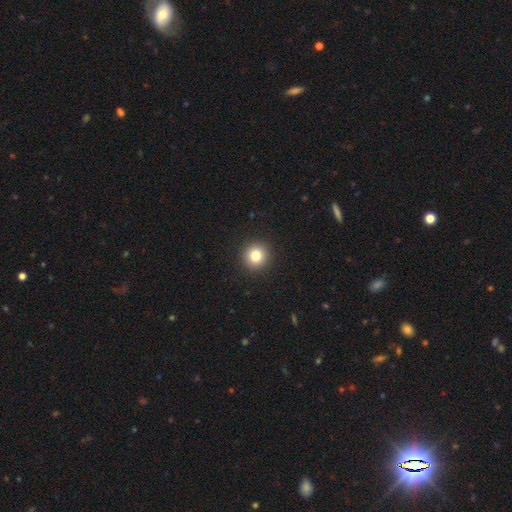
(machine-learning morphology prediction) A smooth galaxy with no disk features (81%) that is round (94%).

Vote fractions:
- Smooth or featured? smooth: 81% / star or artifact: 11% / featured or disk: 7%
- How rounded? round: 94% / in between: 5% / cigar-shaped: 1%
- Merging? none: 93% / minor disturbance: 4% / major disturbance: 2% / merger: 1%